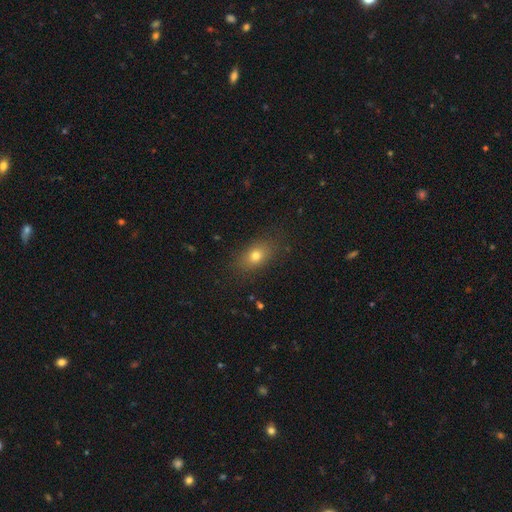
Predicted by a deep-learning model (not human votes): smooth 76%, featured or disk 13%, star or artifact 12%. Down the decision tree: how rounded — in between (78%); merging — none (84%).